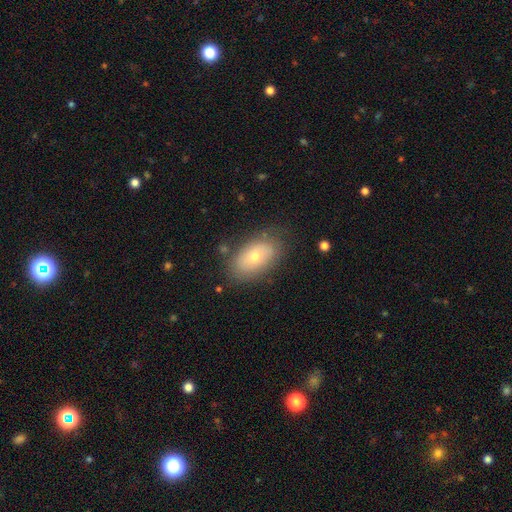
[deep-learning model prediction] A smooth galaxy with no disk features (62%) that is in between round and cigar-shaped (90%).

Vote fractions:
- Smooth or featured? smooth: 62% / featured or disk: 30% / star or artifact: 8%
- How rounded? in between: 90% / round: 8% / cigar-shaped: 2%
- Merging? none: 77% / minor disturbance: 16% / major disturbance: 5% / merger: 2%